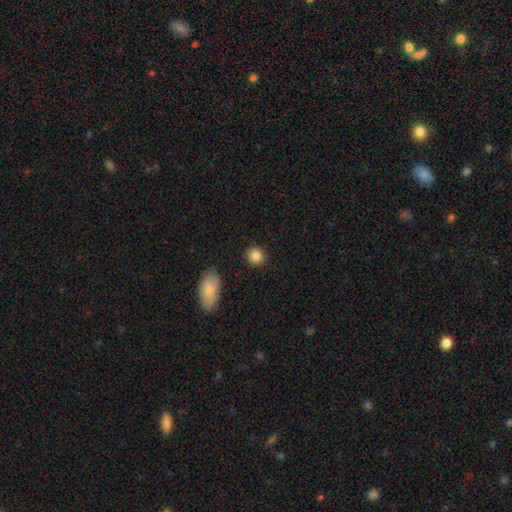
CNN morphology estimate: A smooth galaxy with no disk features (86%) that is round (83%).

Vote fractions:
- Smooth or featured? smooth: 86% / star or artifact: 9% / featured or disk: 5%
- How rounded? round: 83% / in between: 16% / cigar-shaped: 1%
- Merging? none: 89% / minor disturbance: 7% / major disturbance: 2% / merger: 2%